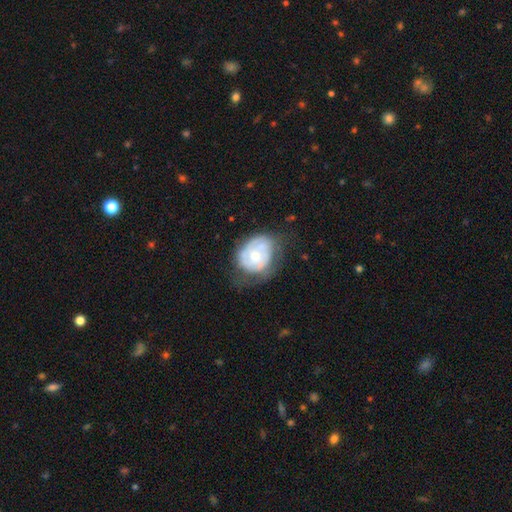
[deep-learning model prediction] Smooth or featured: featured or disk — 68% (smooth — 26%)
Edge-on disk: no — 97% (yes — 3%)
Bar: no — 77% (weak — 20%)
Spiral arms: yes — 80% (no — 20%)
Spiral winding: tight — 60% (medium — 30%)
Spiral arm count: can't tell — 40% (2 — 28%)
Bulge size: moderate — 54% (small — 39%)
Merging: none — 50% (minor disturbance — 29%)